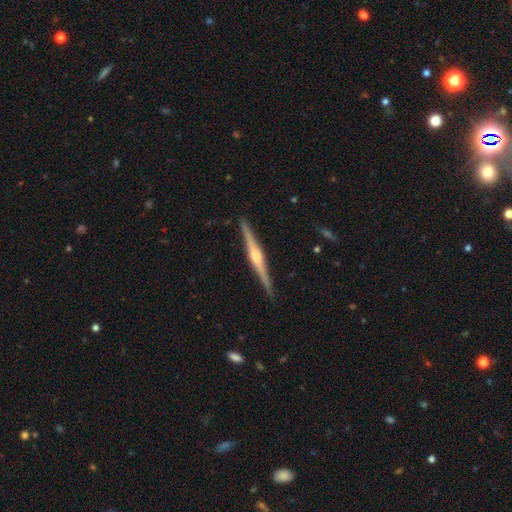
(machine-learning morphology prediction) smooth-or-featured: featured or disk: 86% | smooth: 9% | star or artifact: 5%
  disk-edge-on: yes: 99% | no: 1%
    edge-on-bulge: rounded: 85% | boxy: 10% | none: 5%
  merging: none: 92% | minor disturbance: 5% | major disturbance: 1% | merger: 1%